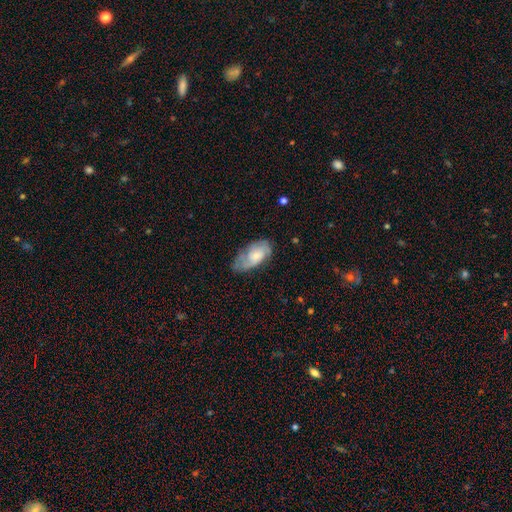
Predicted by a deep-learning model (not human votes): smooth_or_featured: featured or disk (p=0.57) [alt: smooth p=0.37]
disk_edge_on: no (p=0.95) [alt: yes p=0.05]
bar: no (p=0.67) [alt: weak p=0.28]
has_spiral_arms: yes (p=0.84) [alt: no p=0.16]
bulge_size: small (p=0.46) [alt: moderate p=0.37]
merging: none (p=0.55) [alt: minor disturbance p=0.30]